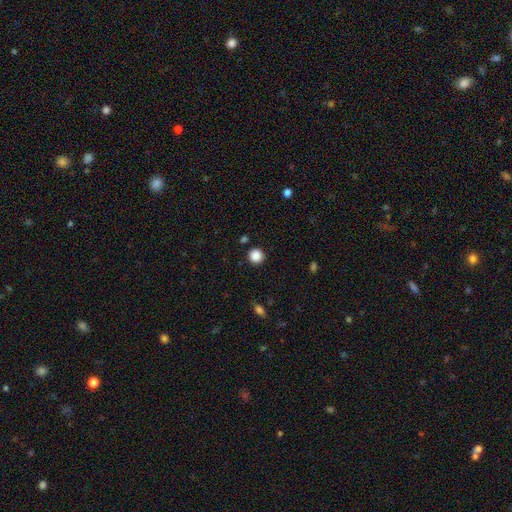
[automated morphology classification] Smooth or featured? smooth (87%)
How rounded? round (95%)
Merging? none (91%)